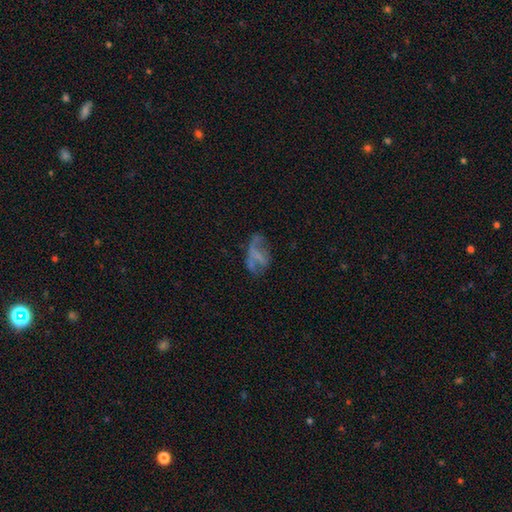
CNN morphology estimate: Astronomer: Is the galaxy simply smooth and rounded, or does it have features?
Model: featured or disk — 48% (runner-up: smooth, 36%).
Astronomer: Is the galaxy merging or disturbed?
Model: none — 36% (runner-up: major disturbance, 34%).